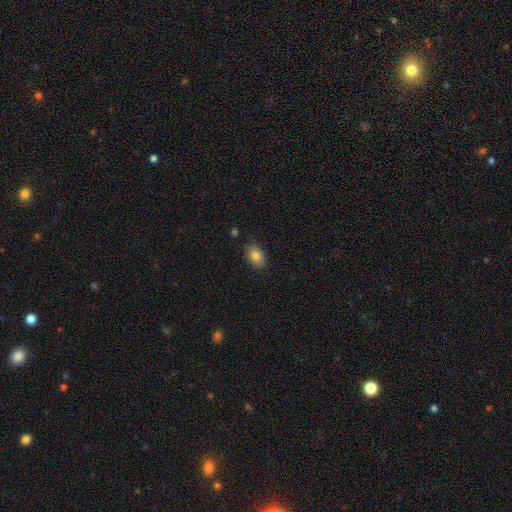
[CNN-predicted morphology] Smooth or featured? Predicted: smooth (p=0.84). How rounded? Predicted: in between (p=0.85). Merging? Predicted: none (p=0.85).